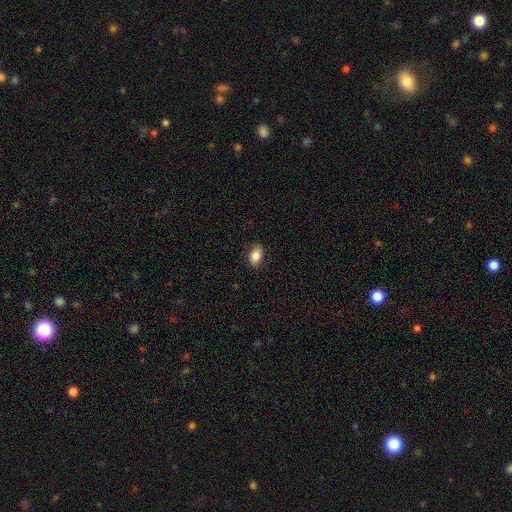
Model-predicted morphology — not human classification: A smooth galaxy with no disk features (86%) that is in between round and cigar-shaped (88%). Merging: none (88%).